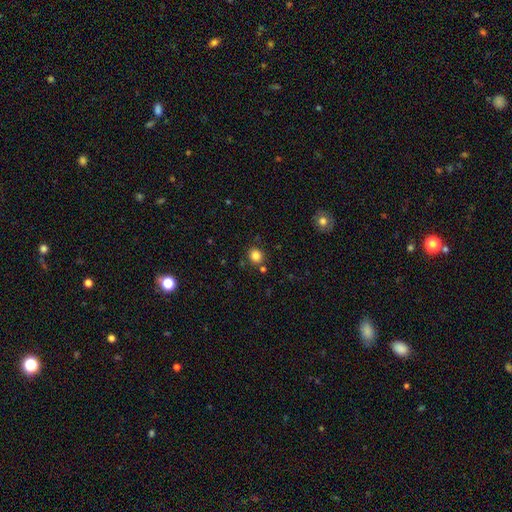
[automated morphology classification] smooth-or-featured: smooth: 83% | star or artifact: 12% | featured or disk: 5%
  how-rounded: round: 83% | in between: 16% | cigar-shaped: 1%
  merging: none: 82% | minor disturbance: 9% | merger: 7% | major disturbance: 3%